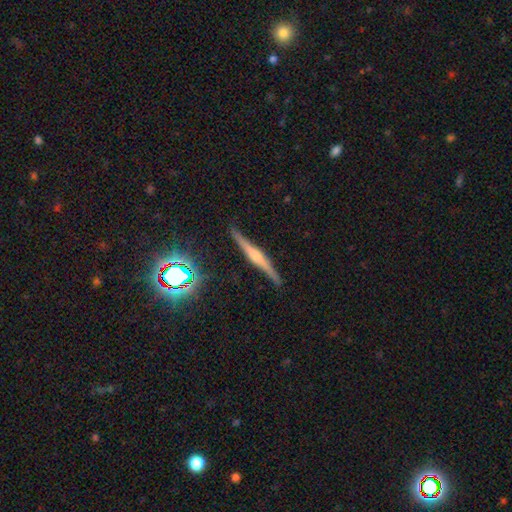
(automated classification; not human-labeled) Smooth or featured? Predicted: featured or disk (p=0.73). Edge-on disk? Predicted: yes (p=0.97). Edge-on bulge? Predicted: rounded (p=0.70). Merging? Predicted: none (p=0.88).